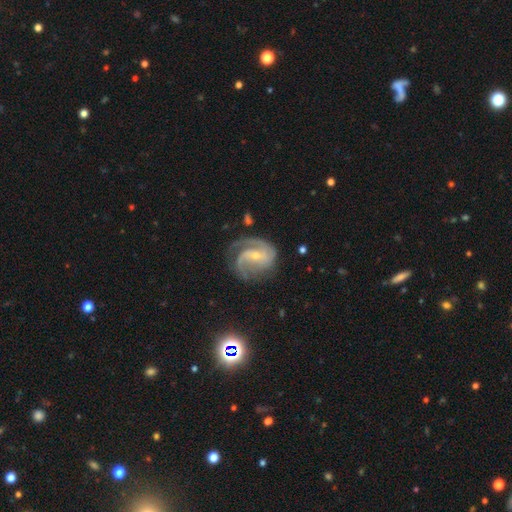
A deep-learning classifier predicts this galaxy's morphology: Smooth or featured?
  - featured or disk: 89% *
  - smooth: 5%
  - star or artifact: 5%
Edge-on disk?
  - no: 98% *
  - yes: 2%
Bar?
  - weak: 43% *
  - no: 39%
  - strong: 18%
Spiral arms?
  - yes: 98% *
  - no: 2%
Spiral winding?
  - medium: 49% *
  - tight: 37%
  - loose: 14%
Spiral arm count?
  - 2: 56% *
  - 3: 20%
  - can't tell: 10%
  - 1: 7%
  - 4: 4%
  - more than 4: 3%
Bulge size?
  - small: 65% *
  - moderate: 32%
  - none: 2%
  - large: 1%
  - dominant: 1%
Merging?
  - none: 64% *
  - minor disturbance: 21%
  - major disturbance: 13%
  - merger: 2%